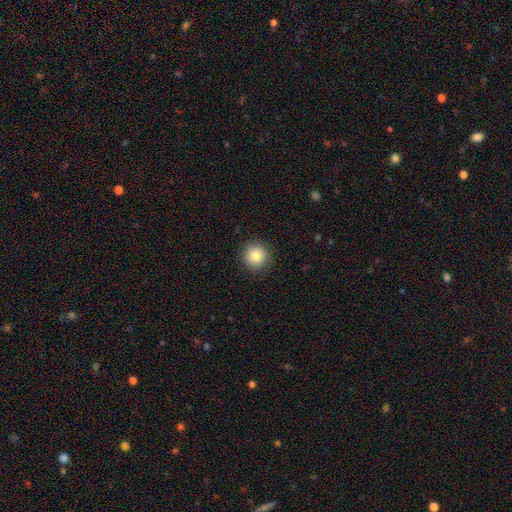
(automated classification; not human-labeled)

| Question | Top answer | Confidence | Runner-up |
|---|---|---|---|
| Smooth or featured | smooth | 81% | star or artifact (10%) |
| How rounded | round | 94% | in between (5%) |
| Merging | none | 89% | minor disturbance (7%) |